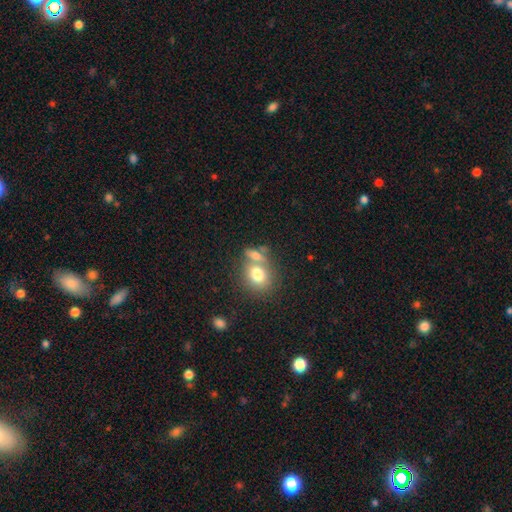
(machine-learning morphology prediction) Smooth or featured: smooth — 73% (featured or disk — 17%)
How rounded: in between — 56% (round — 39%)
Merging: merger — 45% (none — 40%)